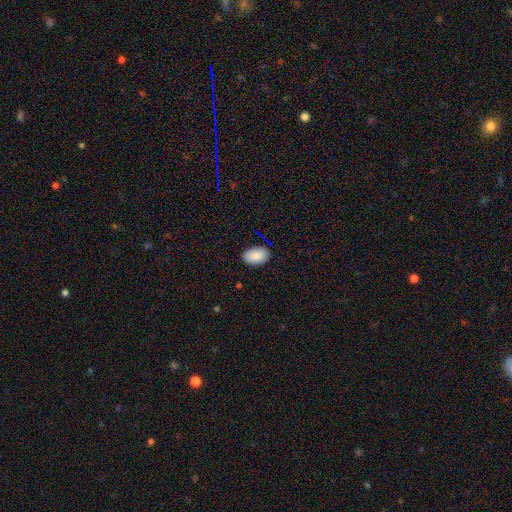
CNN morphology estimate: smooth-or-featured: smooth: 90% | star or artifact: 7% | featured or disk: 4%
  how-rounded: in between: 91% | round: 8% | cigar-shaped: 1%
  merging: none: 86% | minor disturbance: 11% | major disturbance: 2% | merger: 1%